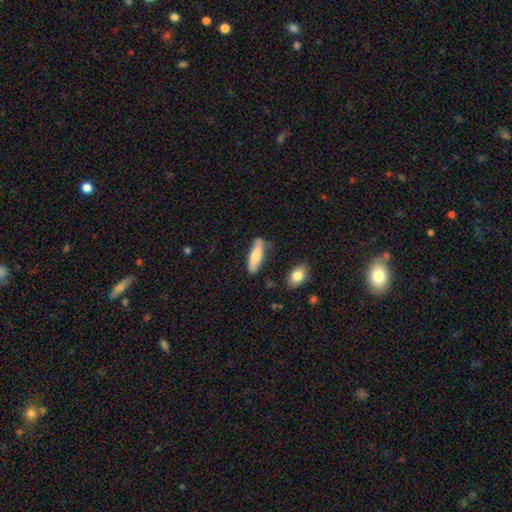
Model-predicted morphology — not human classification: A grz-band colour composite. It shows a smooth galaxy with no disk features (73%) that is cigar-shaped (56%). Merging: none (70%).